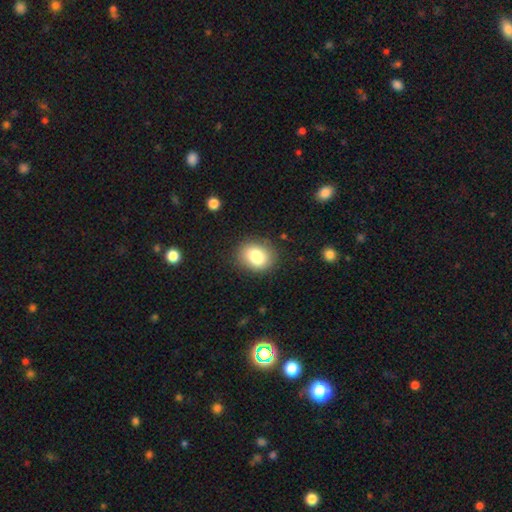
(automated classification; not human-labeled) Smooth or featured? smooth (83%)
How rounded? round (53%)
Merging? none (84%)